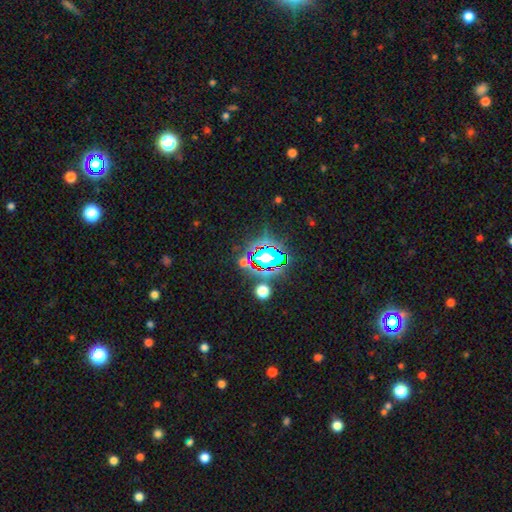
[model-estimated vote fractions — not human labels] smooth-or-featured: star or artifact: 80% | smooth: 12% | featured or disk: 8%